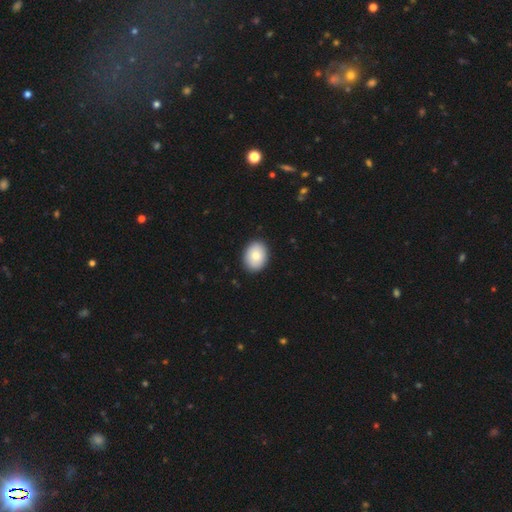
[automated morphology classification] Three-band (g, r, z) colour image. It shows a smooth galaxy with no disk features (83%) that is in between round and cigar-shaped (64%). Merging: none (90%).